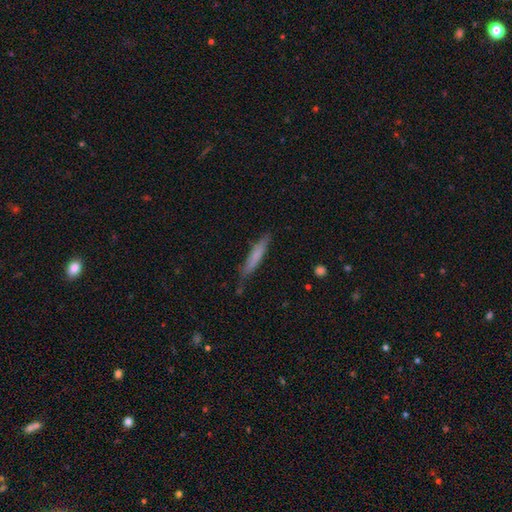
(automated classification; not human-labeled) A smooth galaxy with no disk features (68%) that is cigar-shaped (93%). Merging: none (80%).